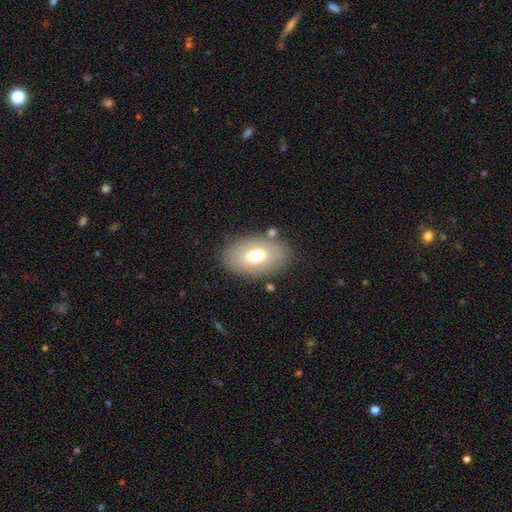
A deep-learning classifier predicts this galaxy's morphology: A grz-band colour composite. It shows a smooth galaxy with no disk features (63%) that is in between round and cigar-shaped (88%). Merging: none (78%).